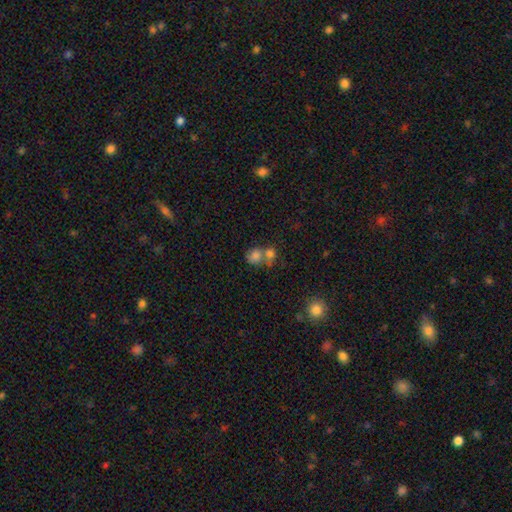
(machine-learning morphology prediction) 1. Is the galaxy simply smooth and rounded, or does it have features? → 75% smooth, 13% featured or disk, 11% star or artifact.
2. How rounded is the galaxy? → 68% round, 31% in between, 1% cigar-shaped.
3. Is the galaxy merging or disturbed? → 56% merger, 30% none, 9% minor disturbance, 5% major disturbance.